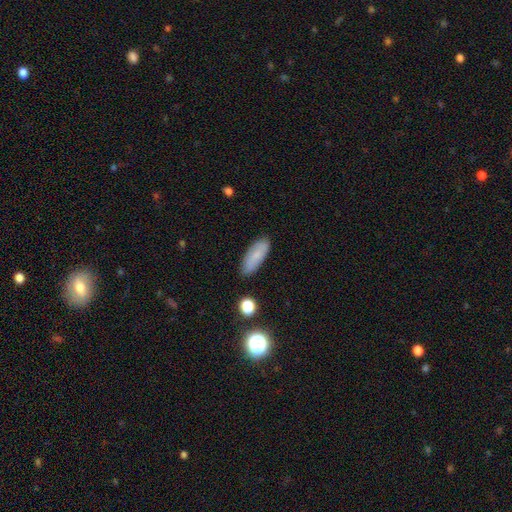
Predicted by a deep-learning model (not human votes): A smooth galaxy with no disk features (71%) that is in between round and cigar-shaped (69%). Merging: none (85%).